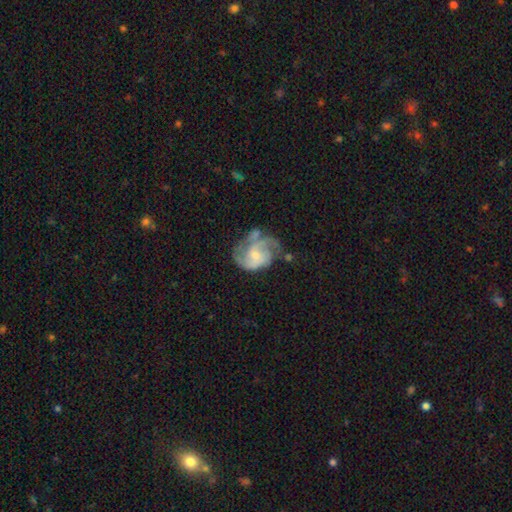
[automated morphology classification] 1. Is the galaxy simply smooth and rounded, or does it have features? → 80% featured or disk, 14% smooth, 6% star or artifact.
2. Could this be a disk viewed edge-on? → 98% no, 2% yes.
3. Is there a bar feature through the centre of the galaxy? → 63% no, 32% weak, 5% strong.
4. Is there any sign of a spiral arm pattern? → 92% yes, 8% no.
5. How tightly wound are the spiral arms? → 48% medium, 30% tight, 22% loose.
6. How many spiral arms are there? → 50% 2, 20% 3, 16% can't tell, 7% 1, 4% 4, 3% more than 4.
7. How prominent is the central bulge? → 55% small, 38% moderate, 3% none, 2% large, 1% dominant.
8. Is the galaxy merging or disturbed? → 44% none, 26% minor disturbance, 22% major disturbance, 8% merger.